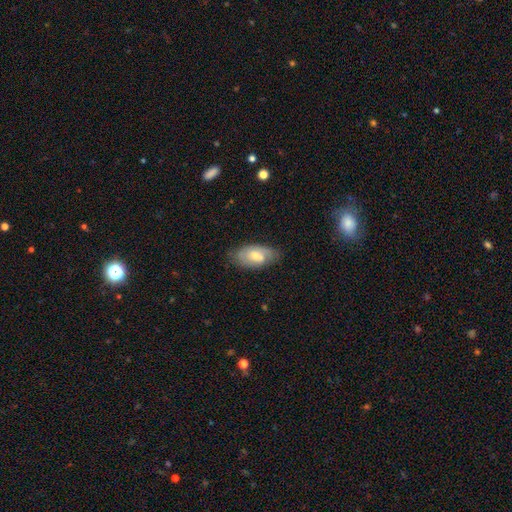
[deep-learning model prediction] smooth_or_featured: smooth (p=0.55) [alt: featured or disk p=0.38]
how_rounded: in between (p=0.92) [alt: cigar-shaped p=0.04]
merging: none (p=0.64) [alt: minor disturbance p=0.23]